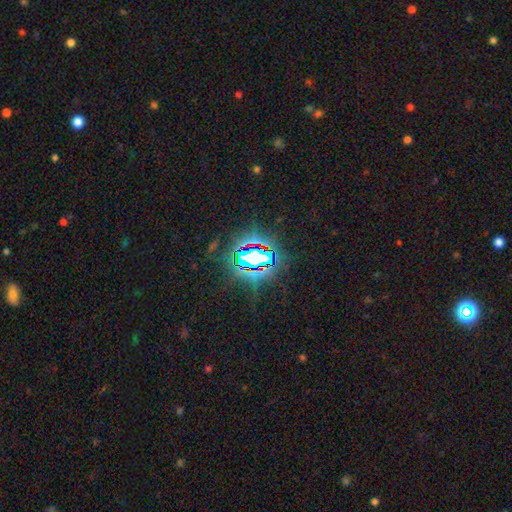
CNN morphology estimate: The model was most divided on "smooth or featured": star or artifact: 76%, smooth: 13%, featured or disk: 11%.